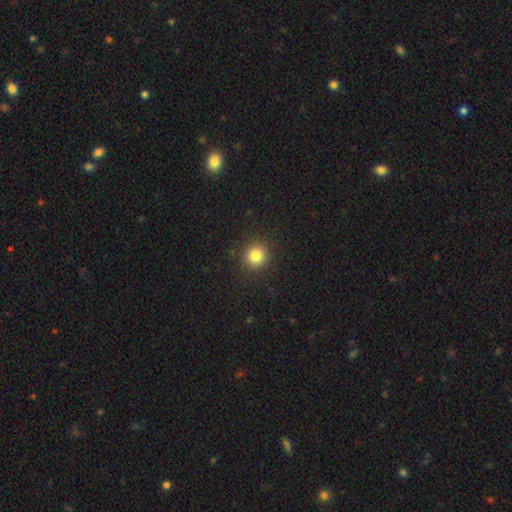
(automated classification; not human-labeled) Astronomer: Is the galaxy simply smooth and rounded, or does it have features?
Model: smooth — 83%.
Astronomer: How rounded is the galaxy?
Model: round — 90%.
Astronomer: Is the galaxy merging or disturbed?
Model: none — 90%.